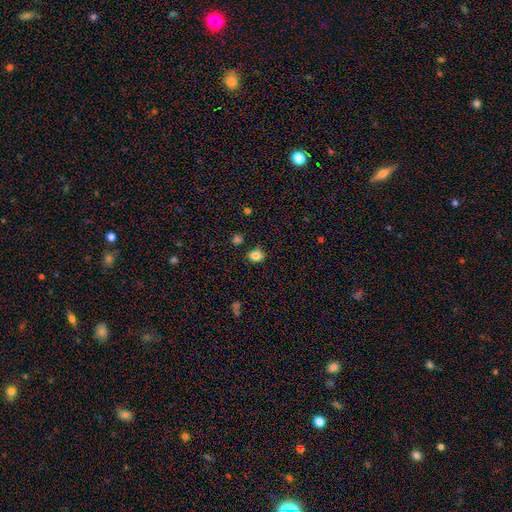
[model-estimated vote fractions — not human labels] This is clearly a smooth galaxy (82%). How rounded: possibly in between (53%). Merging: likely none (78%).